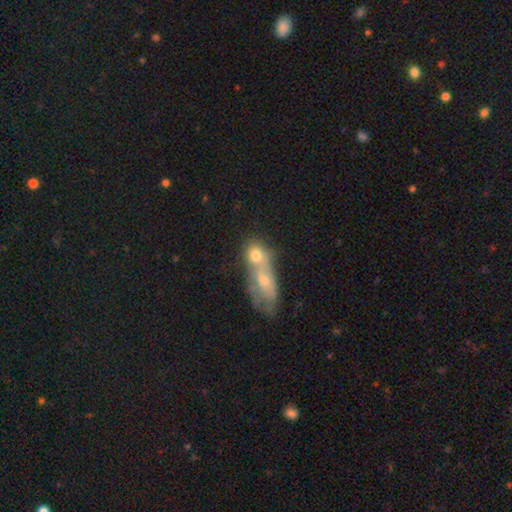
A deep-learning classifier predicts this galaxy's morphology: Overall: smooth (67%). How rounded: in between (48%; round 46%). Merging: merger (62%; none 23%).